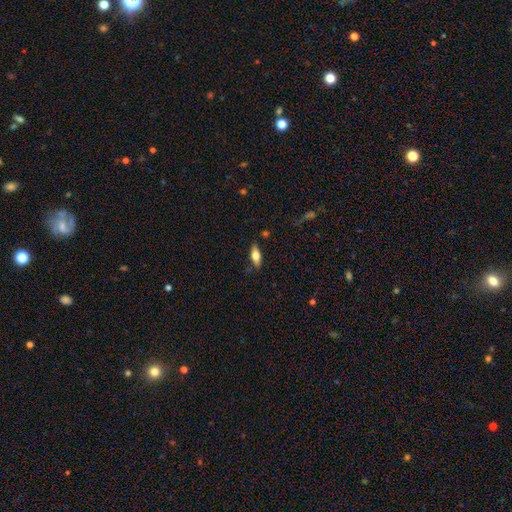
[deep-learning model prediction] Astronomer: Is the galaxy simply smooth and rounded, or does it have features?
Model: smooth — 60%.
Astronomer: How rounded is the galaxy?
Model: in between — 71%.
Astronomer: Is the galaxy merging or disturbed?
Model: none — 82%.